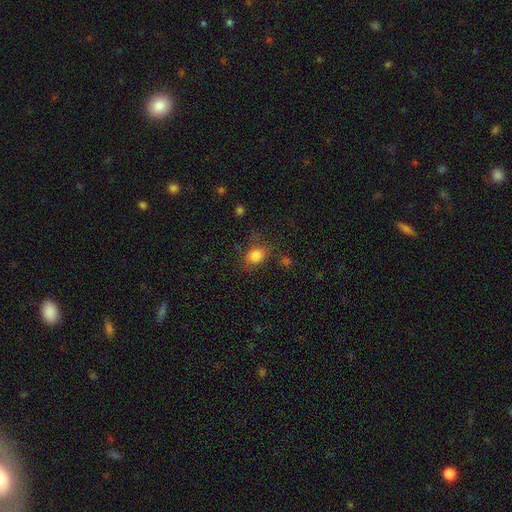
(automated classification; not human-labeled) smooth 80%, star or artifact 12%, featured or disk 8%. Down the decision tree: how rounded — in between (55%); merging — none (61%).